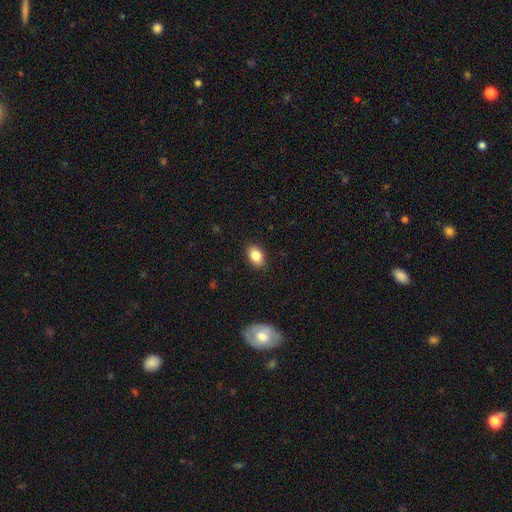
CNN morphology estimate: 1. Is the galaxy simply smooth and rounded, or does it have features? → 85% smooth, 8% star or artifact, 7% featured or disk.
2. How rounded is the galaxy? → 83% in between, 16% round, 1% cigar-shaped.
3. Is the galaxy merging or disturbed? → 88% none, 9% minor disturbance, 2% major disturbance, 1% merger.